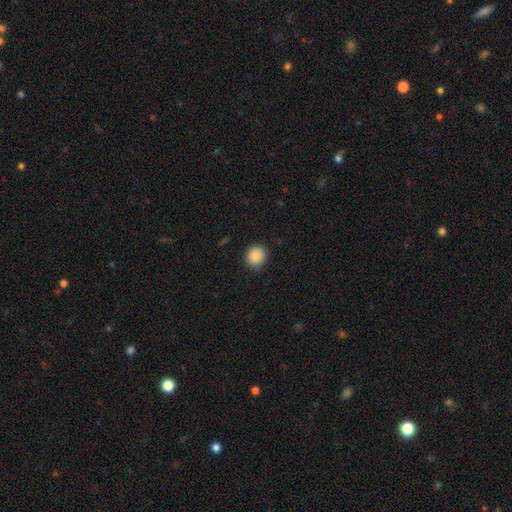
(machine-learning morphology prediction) This appears to be a smooth galaxy with no disk features (85%) that is round (88%). Merging: none (88%).